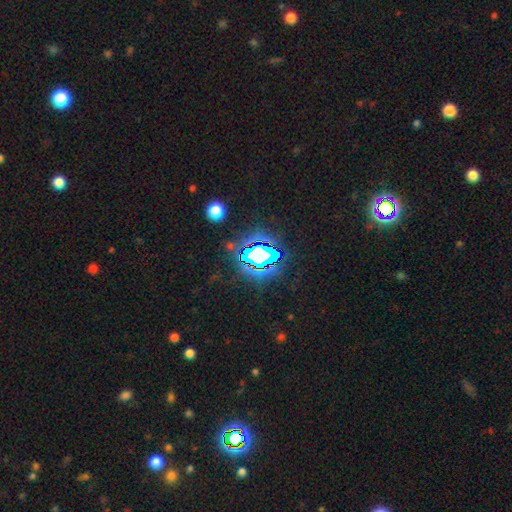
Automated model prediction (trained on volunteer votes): Morphology: type=star or artifact (72%).